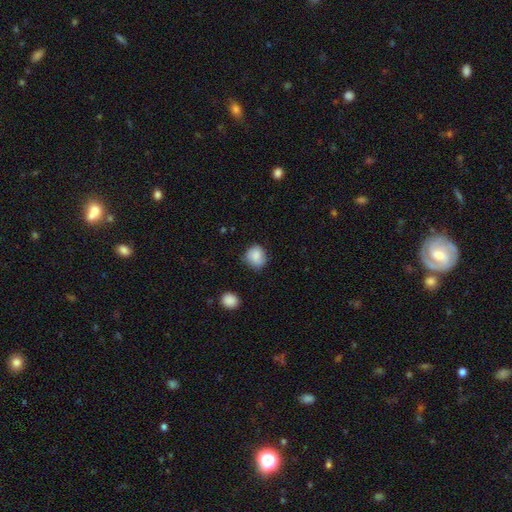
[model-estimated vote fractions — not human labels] This is clearly a smooth galaxy (81%). How rounded: clearly round (81%). Merging: likely none (70%).